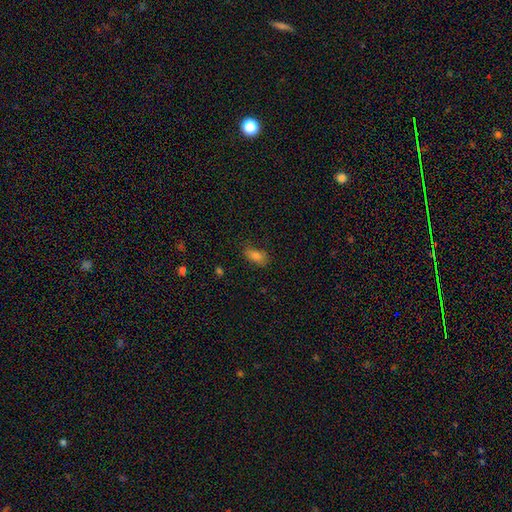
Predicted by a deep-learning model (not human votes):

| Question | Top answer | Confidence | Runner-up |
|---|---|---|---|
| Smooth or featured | smooth | 79% | star or artifact (11%) |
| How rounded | in between | 86% | round (8%) |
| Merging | none | 67% | minor disturbance (25%) |